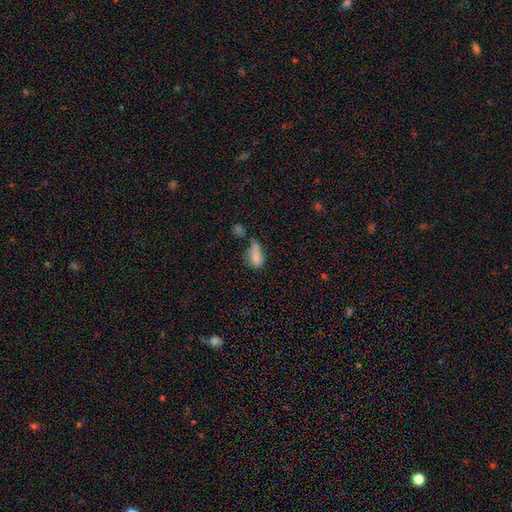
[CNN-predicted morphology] smooth-or-featured: smooth: 74% | featured or disk: 15% | star or artifact: 11%
  how-rounded: in between: 85% | round: 9% | cigar-shaped: 7%
  merging: minor disturbance: 28% | none: 27% | merger: 24% | major disturbance: 22%